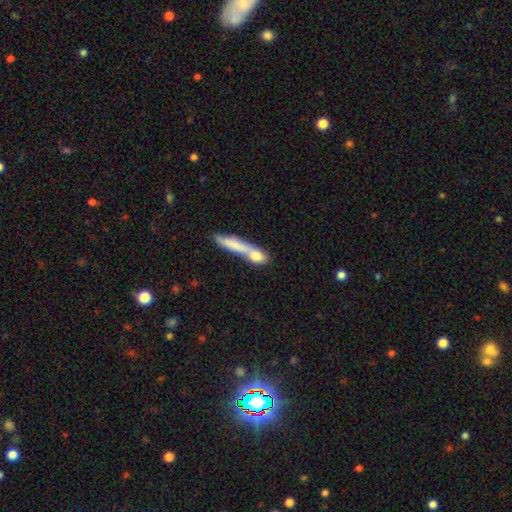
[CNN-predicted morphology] A smooth galaxy with no disk features (73%) that is cigar-shaped (42%, tied with in between).

Vote fractions:
- Smooth or featured? smooth: 73% / featured or disk: 19% / star or artifact: 7%
- How rounded? cigar-shaped: 42% (tied) / in between: 42% (tied) / round: 16%
- Merging? merger: 56% / none: 28% / minor disturbance: 10% / major disturbance: 6%